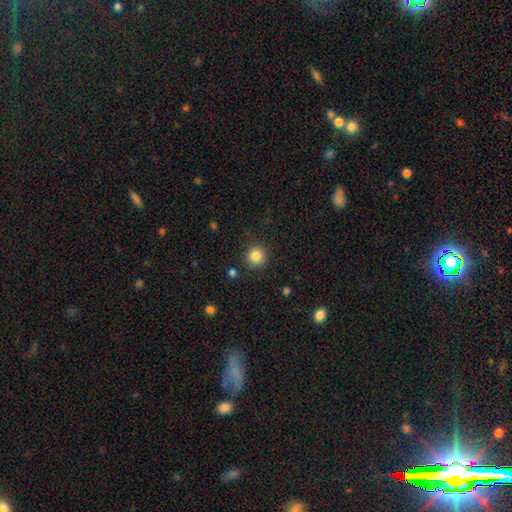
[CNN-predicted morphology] type=smooth (85%); roundness=round (94%); merging=none (89%).